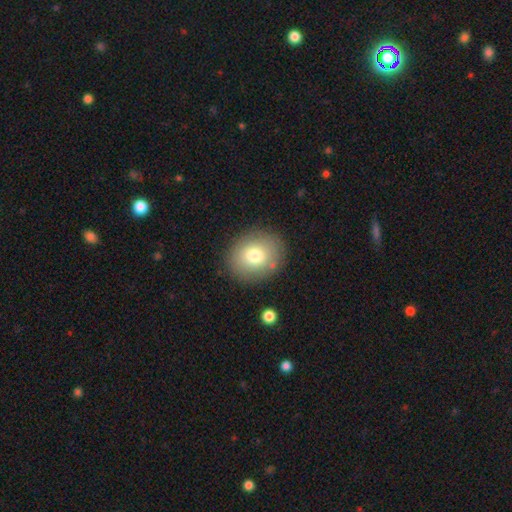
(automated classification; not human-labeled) A smooth galaxy with no disk features (74%) that is round (68%).

Vote fractions:
- Smooth or featured? smooth: 74% / featured or disk: 14% / star or artifact: 12%
- How rounded? round: 68% / in between: 31% / cigar-shaped: 1%
- Merging? none: 89% / minor disturbance: 8% / major disturbance: 2% / merger: 1%